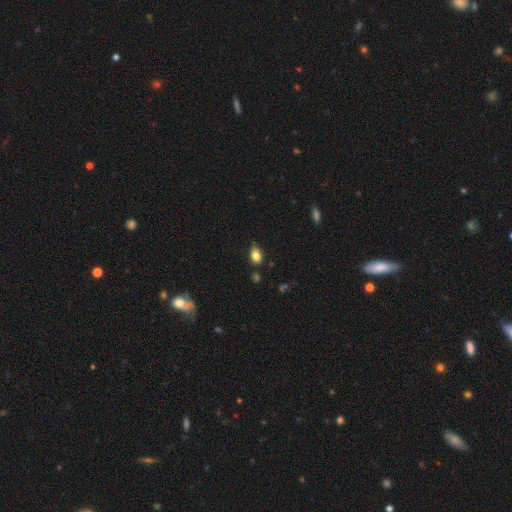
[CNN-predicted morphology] Overall: smooth (80%). How rounded: in between (73%). Merging: none (56%; minor disturbance 34%).